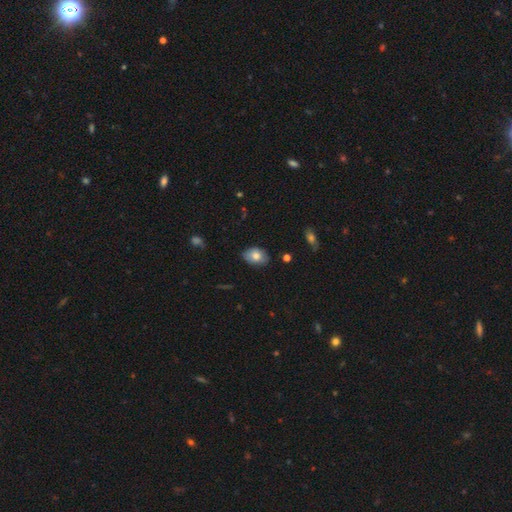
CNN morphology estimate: Smooth or featured? smooth (77%)
How rounded? in between (80%)
Merging? none (80%)